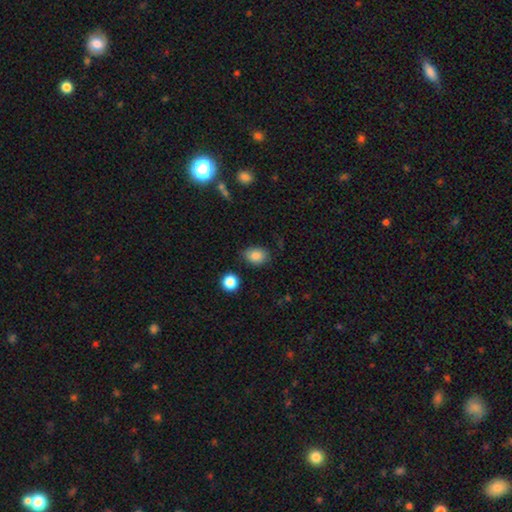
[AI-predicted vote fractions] A smooth galaxy with no disk features (85%) that is in between round and cigar-shaped (65%).

Vote fractions:
- Smooth or featured? smooth: 85% / star or artifact: 9% / featured or disk: 5%
- How rounded? in between: 65% / round: 34% / cigar-shaped: 1%
- Merging? none: 78% / minor disturbance: 16% / major disturbance: 4% / merger: 3%